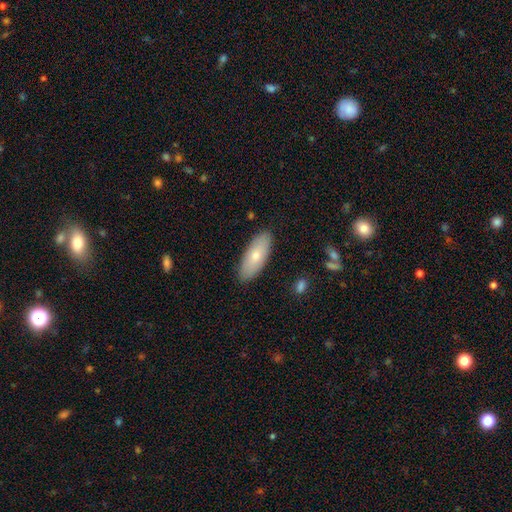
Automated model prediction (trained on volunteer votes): Smooth or featured: smooth — 72% (featured or disk — 22%)
How rounded: in between — 77% (cigar-shaped — 20%)
Merging: none — 88% (minor disturbance — 9%)